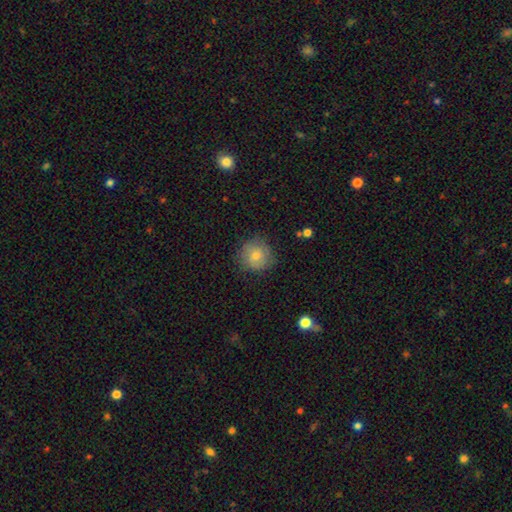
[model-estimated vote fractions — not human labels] This appears to be a smooth galaxy with no disk features (75%) that is round (92%). Merging: none (78%).